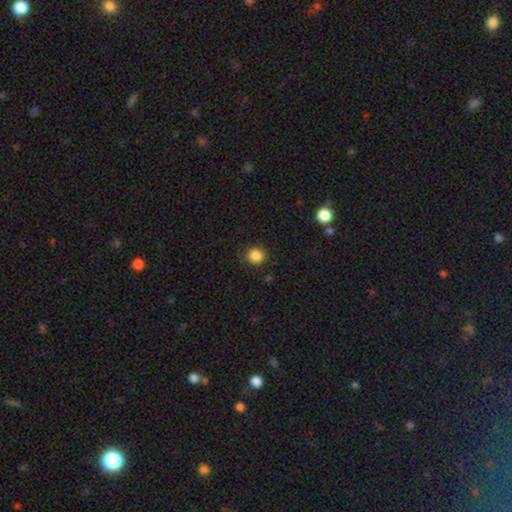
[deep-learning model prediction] The model was most divided on "smooth or featured": smooth: 86%, star or artifact: 11%, featured or disk: 3%. More confident: merging — none (89%); how rounded — round (88%).